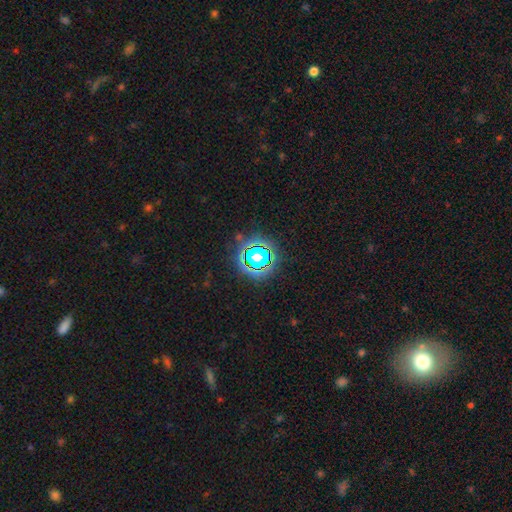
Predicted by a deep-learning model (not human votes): The model was most divided on "smooth or featured": star or artifact: 59%, smooth: 28%, featured or disk: 14%.